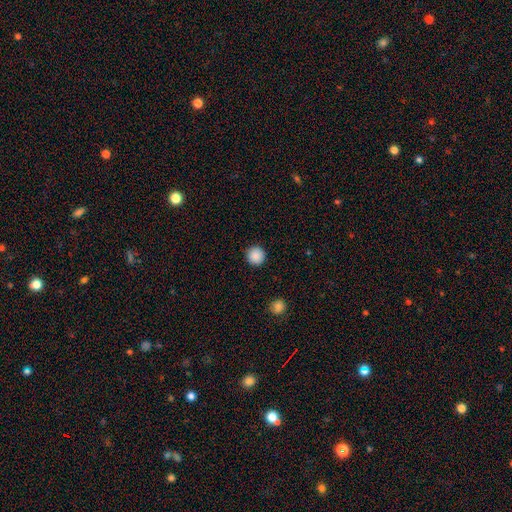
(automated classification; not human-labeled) Overall: smooth (88%). How rounded: round (95%). Merging: none (93%).